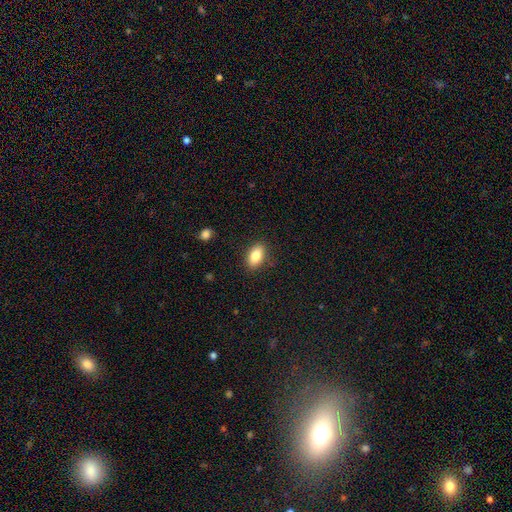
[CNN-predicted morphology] The model was most divided on "smooth or featured": smooth: 84%, featured or disk: 8%, star or artifact: 8%. More confident: how rounded — in between (90%); merging — none (87%).